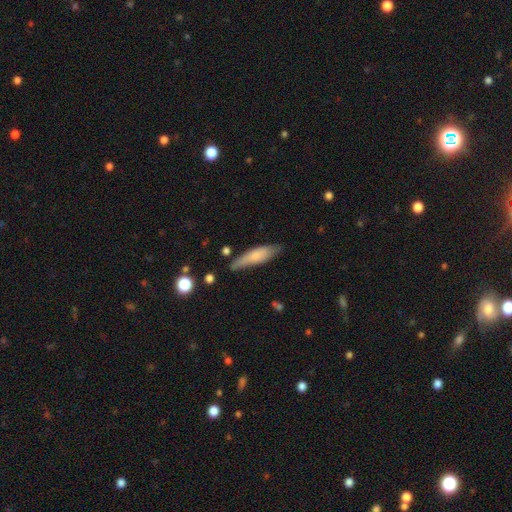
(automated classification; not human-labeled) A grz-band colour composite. It shows a smooth galaxy with no disk features (70%) that is cigar-shaped (69%). Merging: none (69%).